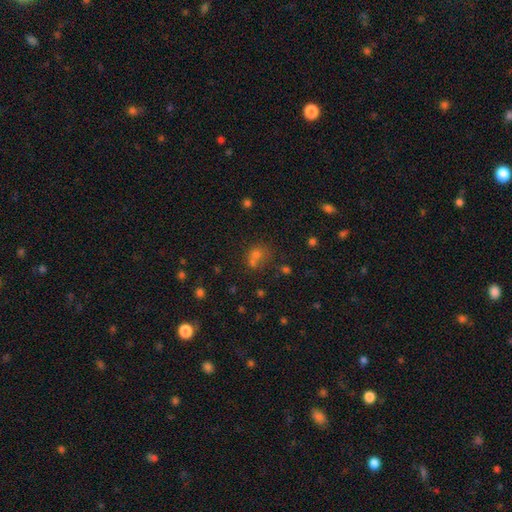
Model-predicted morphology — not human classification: A smooth galaxy with no disk features (57%) that is round (72%).

Vote fractions:
- Smooth or featured? smooth: 57% / star or artifact: 30% / featured or disk: 12%
- How rounded? round: 72% / in between: 27% / cigar-shaped: 1%
- Merging? none: 46% / merger: 37% / minor disturbance: 10% / major disturbance: 6%